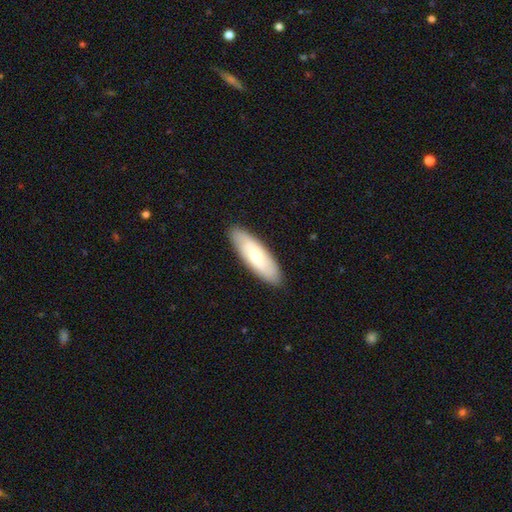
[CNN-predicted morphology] This is possibly a smooth galaxy (59%). How rounded: possibly in between (54%). Merging: clearly none (89%).